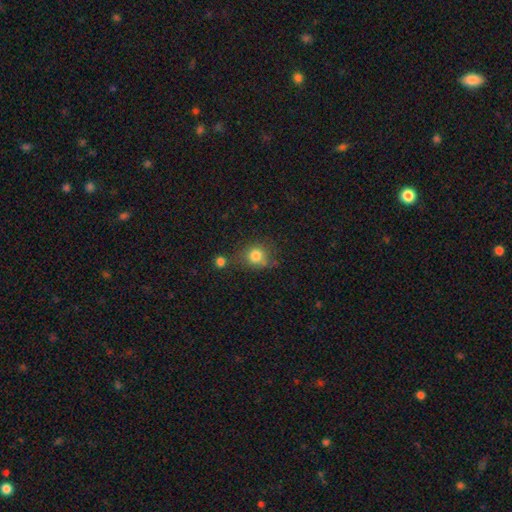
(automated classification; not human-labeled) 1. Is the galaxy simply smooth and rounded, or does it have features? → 79% smooth, 12% star or artifact, 9% featured or disk.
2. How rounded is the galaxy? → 79% round, 20% in between, 1% cigar-shaped.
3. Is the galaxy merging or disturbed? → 61% none, 20% minor disturbance, 11% merger, 7% major disturbance.